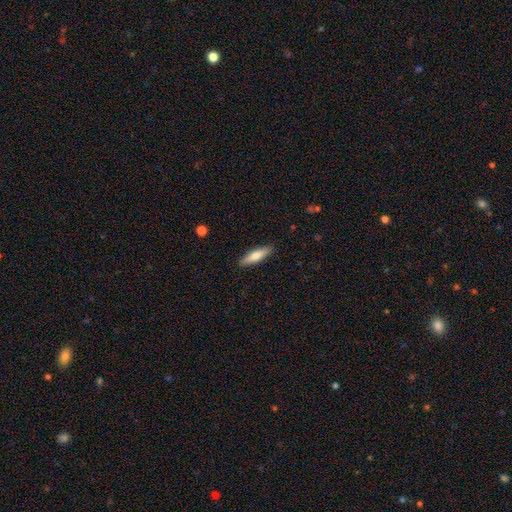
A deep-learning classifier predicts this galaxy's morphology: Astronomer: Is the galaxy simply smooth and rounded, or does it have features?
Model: smooth — 67%.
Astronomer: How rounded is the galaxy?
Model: cigar-shaped — 72%.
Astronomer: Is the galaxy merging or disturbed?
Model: none — 90%.